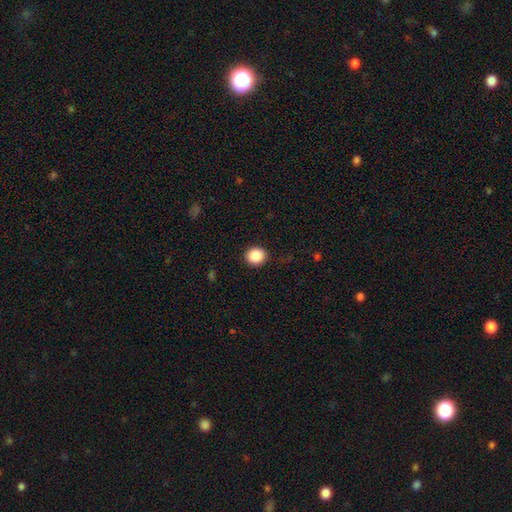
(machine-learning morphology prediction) Smooth or featured?
  - smooth: 88% *
  - star or artifact: 9%
  - featured or disk: 3%
How rounded?
  - round: 84% *
  - in between: 15%
  - cigar-shaped: 1%
Merging?
  - none: 91% *
  - minor disturbance: 6%
  - major disturbance: 2%
  - merger: 1%